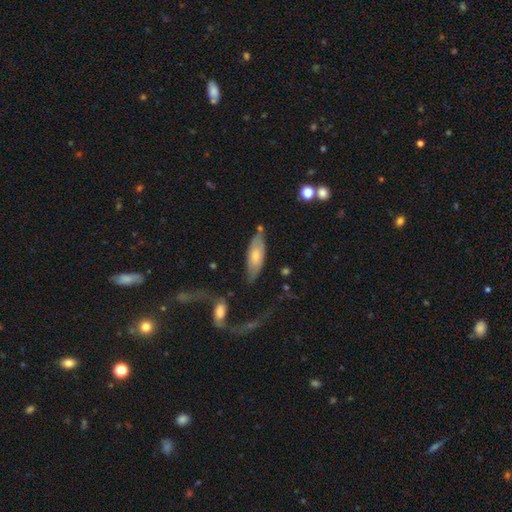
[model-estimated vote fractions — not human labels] A smooth galaxy with no disk features (65%) that is in between round and cigar-shaped (62%). Merging: none (66%).